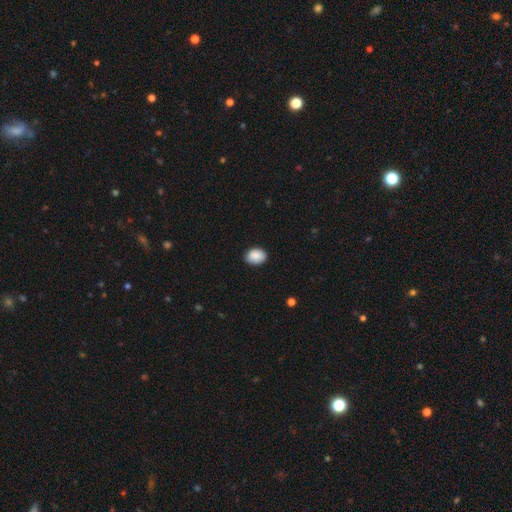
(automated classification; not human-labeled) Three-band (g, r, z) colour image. It shows a smooth galaxy with no disk features (89%) that is in between round and cigar-shaped (68%). Merging: none (87%).